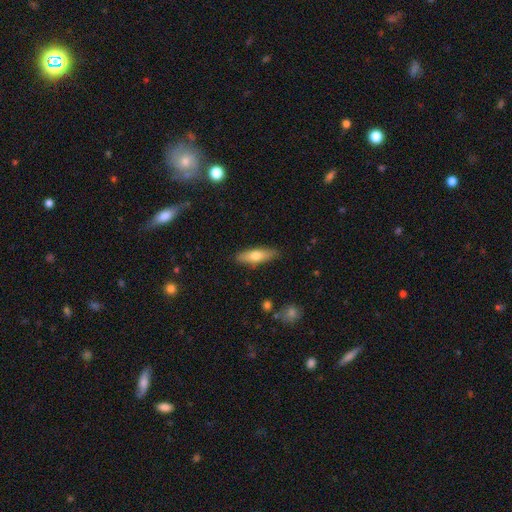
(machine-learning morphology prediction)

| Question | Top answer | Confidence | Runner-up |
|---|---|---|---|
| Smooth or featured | smooth | 66% | featured or disk (28%) |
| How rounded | cigar-shaped | 55% | in between (43%) |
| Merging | none | 86% | minor disturbance (11%) |